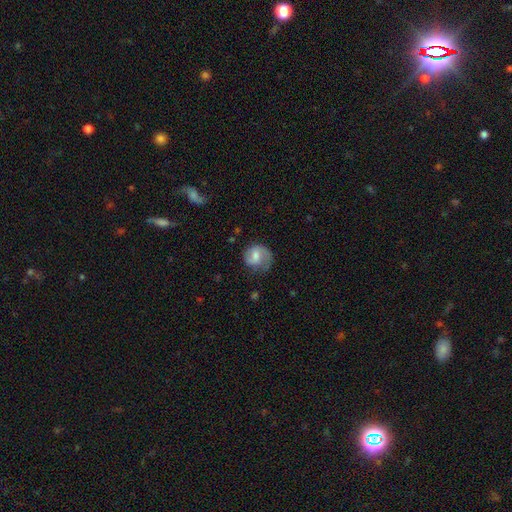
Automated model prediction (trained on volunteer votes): Q: Smooth or featured?
A: featured or disk (49%); runner-up: smooth (43%)
Q: Merging?
A: none (60%); runner-up: minor disturbance (25%)